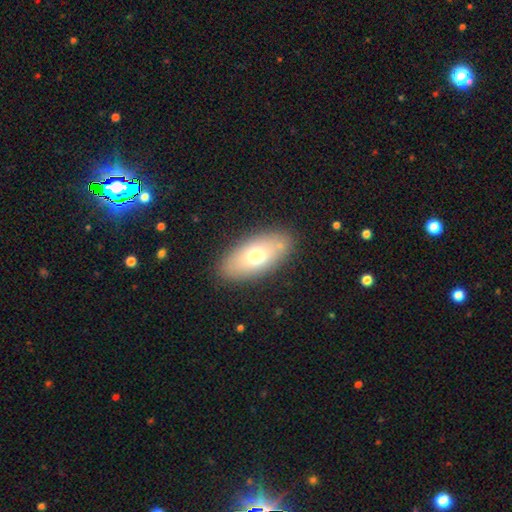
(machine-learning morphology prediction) smooth_or_featured: smooth (p=0.68) [alt: featured or disk p=0.23]
how_rounded: in between (p=0.89) [alt: cigar-shaped p=0.06]
merging: none (p=0.84) [alt: minor disturbance p=0.10]